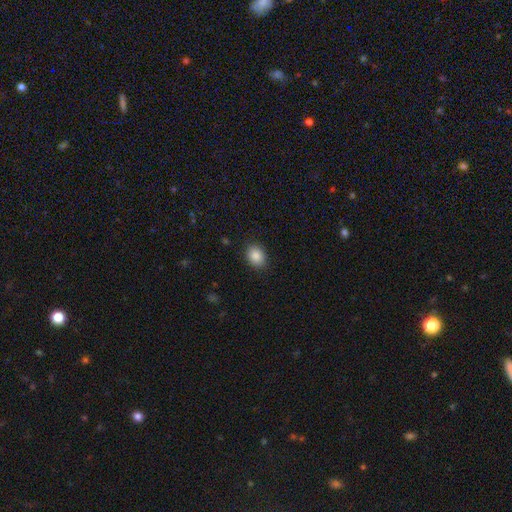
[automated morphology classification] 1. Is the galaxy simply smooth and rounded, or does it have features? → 88% smooth, 8% star or artifact, 4% featured or disk.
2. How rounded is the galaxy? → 59% in between, 40% round, 1% cigar-shaped.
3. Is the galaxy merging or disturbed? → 88% none, 9% minor disturbance, 3% major disturbance, 1% merger.